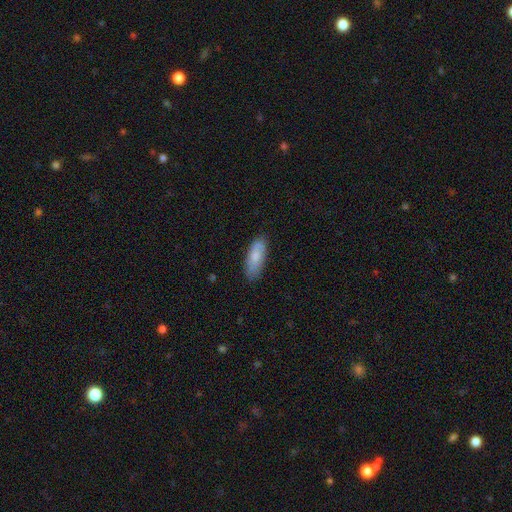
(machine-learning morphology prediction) Overall: smooth (77%). How rounded: in between (72%). Merging: none (79%).